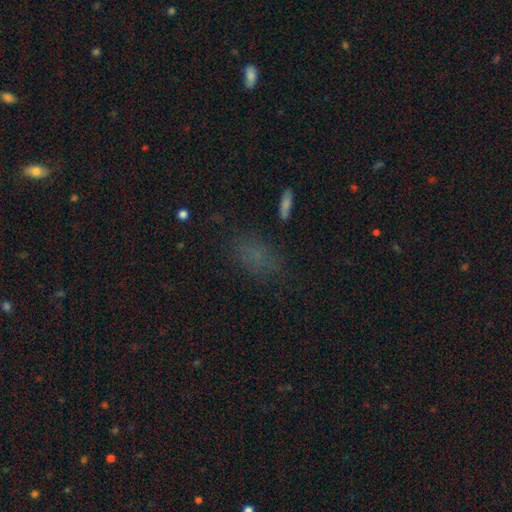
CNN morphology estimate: A smooth galaxy with no disk features (65%) that is in between round and cigar-shaped (84%). Merging: none (71%).